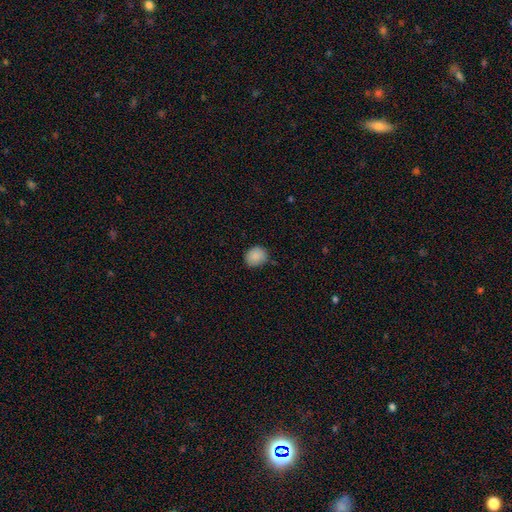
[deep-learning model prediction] This appears to be a smooth galaxy with no disk features (88%) that is round (66%). Merging: none (77%).